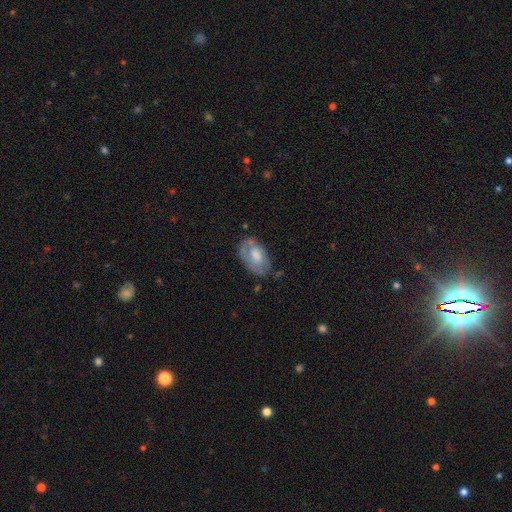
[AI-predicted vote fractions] smooth 57%, featured or disk 36%, star or artifact 7%. Down the decision tree: how rounded — in between (92%); merging — none (52%).